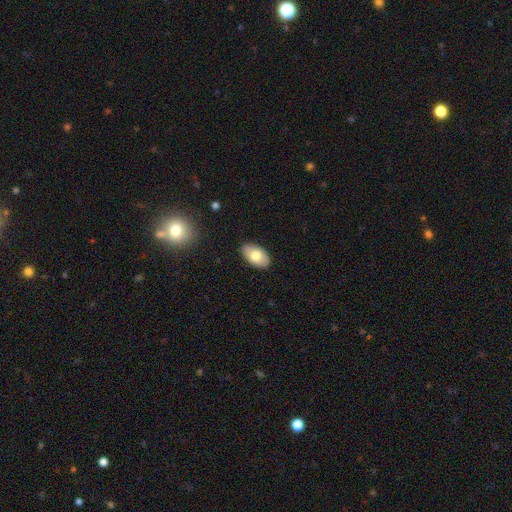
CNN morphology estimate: smooth 74%, featured or disk 19%, star or artifact 7%. Down the decision tree: how rounded — in between (93%); merging — none (86%).